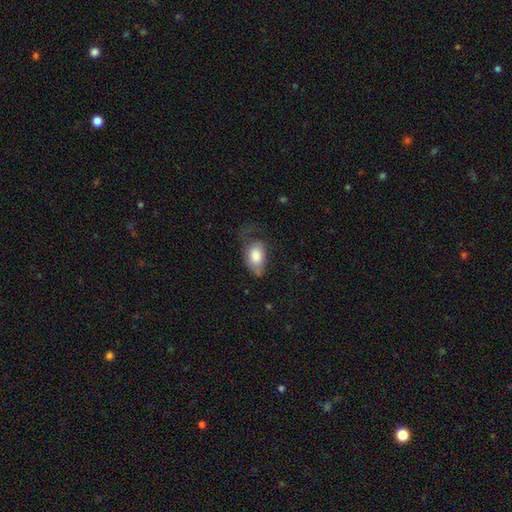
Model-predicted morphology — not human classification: Smooth or featured? Predicted: smooth (p=0.75). How rounded? Predicted: in between (p=0.91). Merging? Predicted: major disturbance (p=0.41).